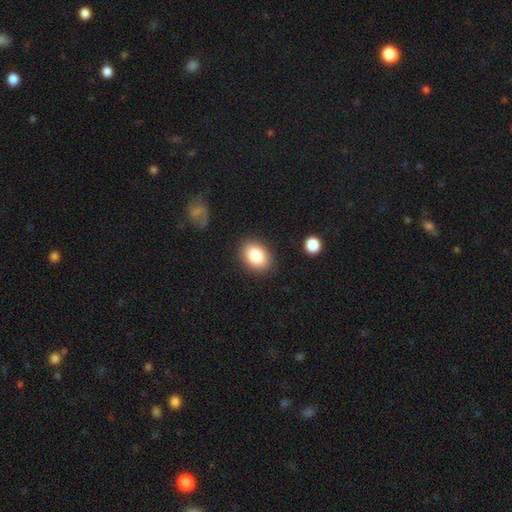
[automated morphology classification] A smooth galaxy with no disk features (85%) that is in between round and cigar-shaped (74%).

Vote fractions:
- Smooth or featured? smooth: 85% / star or artifact: 8% / featured or disk: 8%
- How rounded? in between: 74% / round: 25% / cigar-shaped: 1%
- Merging? none: 87% / minor disturbance: 9% / major disturbance: 3% / merger: 2%